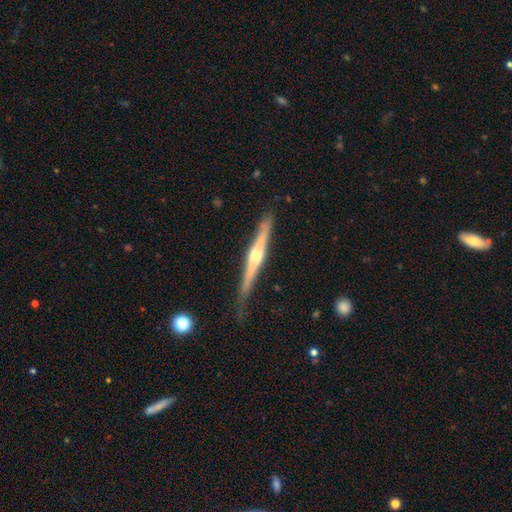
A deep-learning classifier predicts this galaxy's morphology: Q: Smooth or featured?
A: featured or disk (76%); runner-up: smooth (19%)
Q: Edge-on disk?
A: yes (98%); runner-up: no (2%)
Q: Edge-on bulge?
A: rounded (84%); runner-up: boxy (9%)
Q: Merging?
A: none (81%); runner-up: minor disturbance (15%)